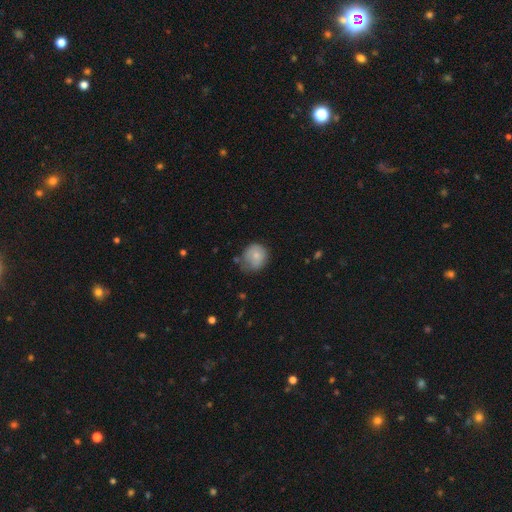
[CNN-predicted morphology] smooth 76%, featured or disk 16%, star or artifact 8%. Down the decision tree: how rounded — round (78%); merging — none (49%).